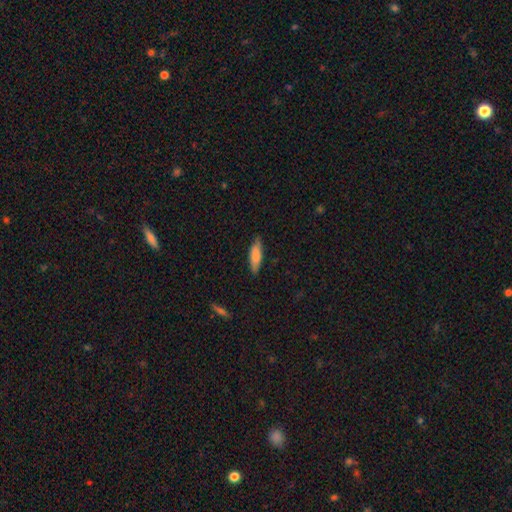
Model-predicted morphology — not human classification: Smooth or featured: smooth — 79% (featured or disk — 15%)
How rounded: cigar-shaped — 58% (in between — 41%)
Merging: none — 82% (minor disturbance — 15%)